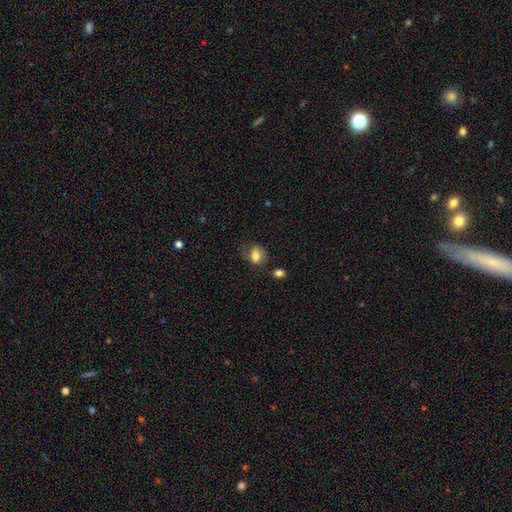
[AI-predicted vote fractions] Smooth or featured: smooth — 81% (featured or disk — 10%)
How rounded: in between — 65% (round — 33%)
Merging: none — 57% (minor disturbance — 26%)